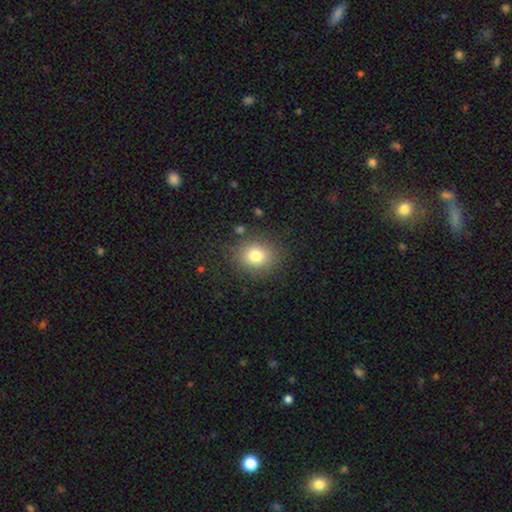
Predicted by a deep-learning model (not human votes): Q: Smooth or featured?
A: smooth (79%); runner-up: star or artifact (12%)
Q: How rounded?
A: round (69%); runner-up: in between (30%)
Q: Merging?
A: none (83%); runner-up: minor disturbance (10%)